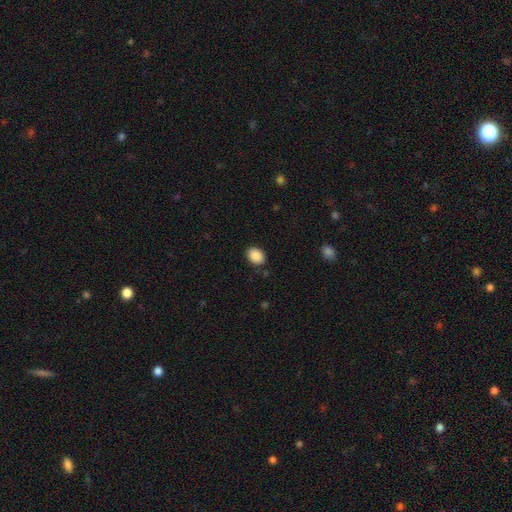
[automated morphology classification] smooth 89%, star or artifact 8%, featured or disk 3%. Down the decision tree: how rounded — in between (69%); merging — none (87%).